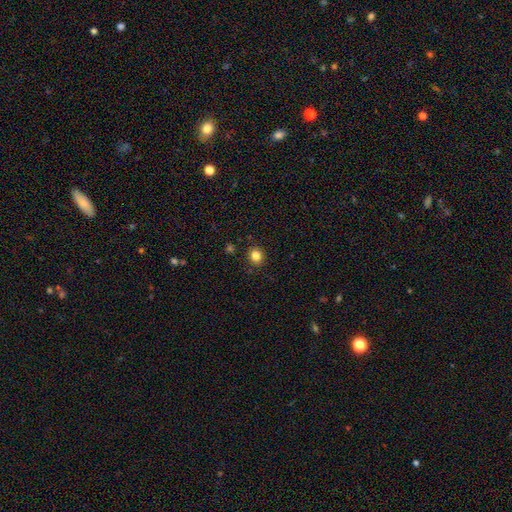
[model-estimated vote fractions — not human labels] Smooth or featured: smooth — 83% (star or artifact — 12%)
How rounded: round — 81% (in between — 18%)
Merging: none — 90% (minor disturbance — 6%)